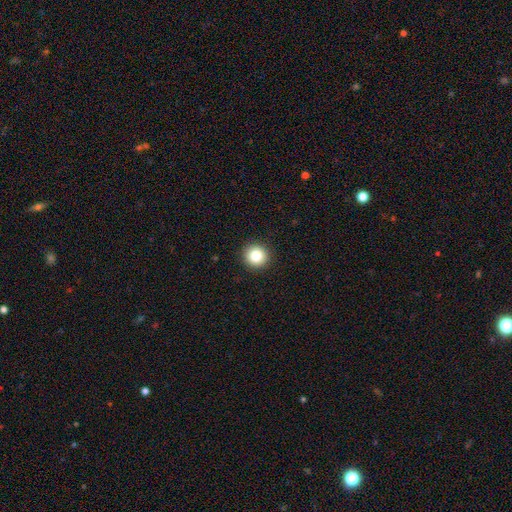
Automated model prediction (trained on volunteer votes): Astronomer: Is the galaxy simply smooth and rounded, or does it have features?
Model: smooth — 83%.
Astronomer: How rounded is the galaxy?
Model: round — 95%.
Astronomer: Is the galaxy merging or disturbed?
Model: none — 93%.